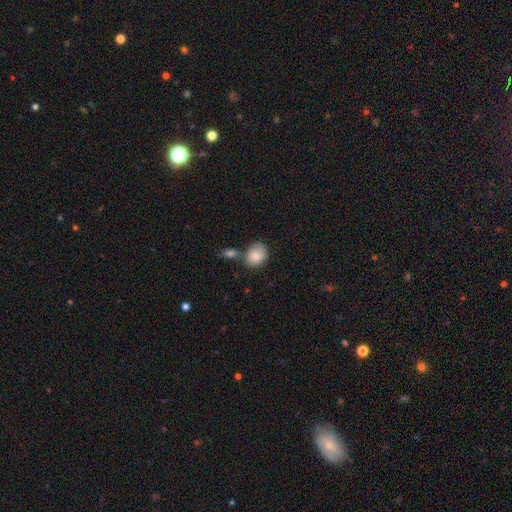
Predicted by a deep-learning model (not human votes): The model was most divided on "how rounded": round: 56%, in between: 43%, cigar-shaped: 1%. More confident: smooth or featured — smooth (82%); merging — none (53%).